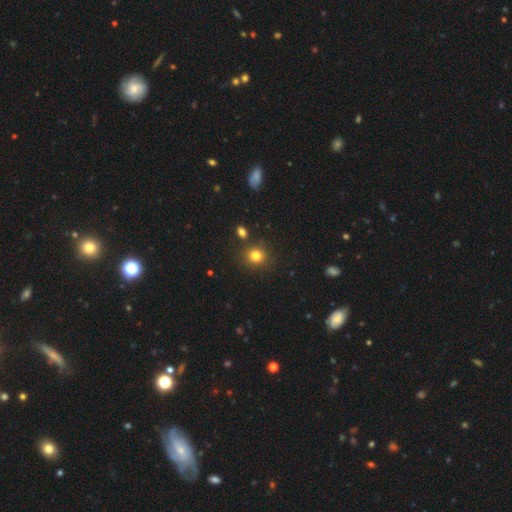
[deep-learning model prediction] Morphology: type=smooth (80%); roundness=round (80%); merging=none (82%).